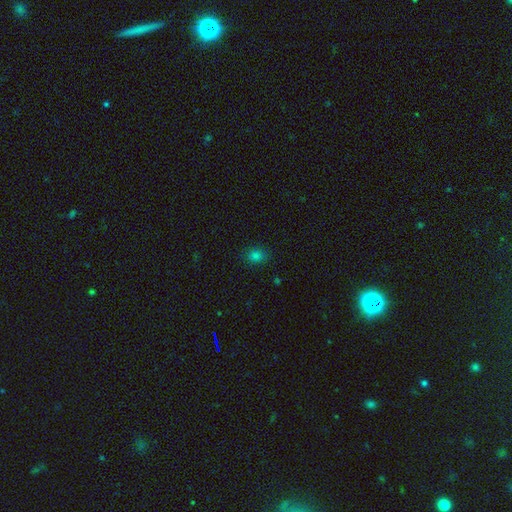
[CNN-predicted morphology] type=smooth (78%); roundness=round (58%); merging=none (87%).